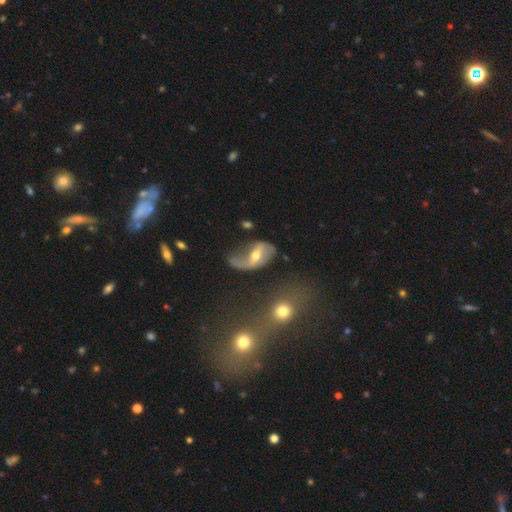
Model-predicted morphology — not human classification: Smooth or featured? featured or disk (76%)
Edge-on disk? no (95%)
Bar? weak (41%)
Spiral arms? yes (87%)
Spiral winding? loose (74%)
Spiral arm count? 2 (73%)
Bulge size? moderate (58%)
Merging? none (42%)